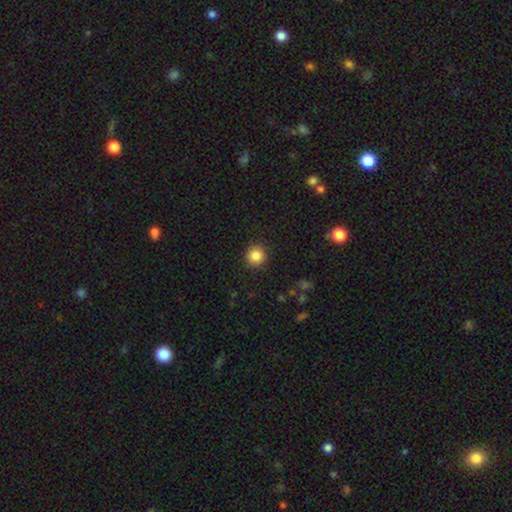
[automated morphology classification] Smooth or featured? smooth (86%)
How rounded? round (92%)
Merging? none (90%)